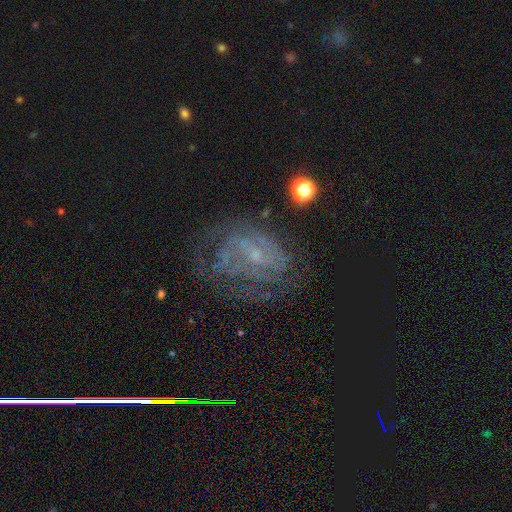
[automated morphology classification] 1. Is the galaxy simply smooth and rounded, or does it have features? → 67% featured or disk, 20% star or artifact, 13% smooth.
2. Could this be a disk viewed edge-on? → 97% no, 3% yes.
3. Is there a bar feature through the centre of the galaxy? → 43% weak, 42% no, 14% strong.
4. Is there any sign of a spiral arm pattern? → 81% yes, 19% no.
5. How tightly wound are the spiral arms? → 52% tight, 34% medium, 13% loose.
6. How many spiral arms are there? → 50% can't tell, 20% 2, 11% 3, 7% 4, 6% 1, 6% more than 4.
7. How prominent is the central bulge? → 75% small, 12% moderate, 11% none, 1% large, 1% dominant.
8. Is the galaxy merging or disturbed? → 63% none, 18% minor disturbance, 17% major disturbance, 2% merger.